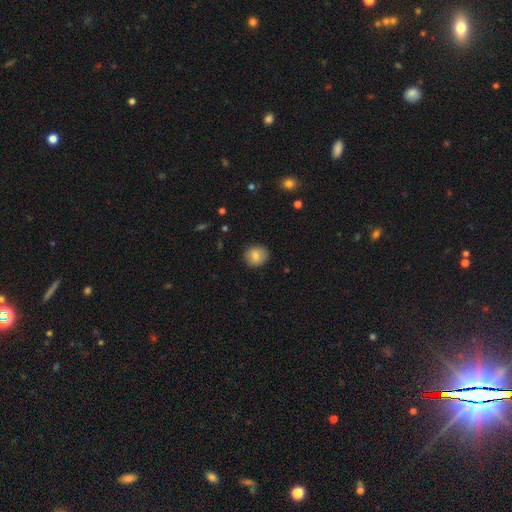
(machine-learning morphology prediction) smooth_or_featured: smooth (p=0.78) [alt: featured or disk p=0.14]
how_rounded: round (p=0.79) [alt: in between p=0.20]
merging: none (p=0.88) [alt: minor disturbance p=0.09]